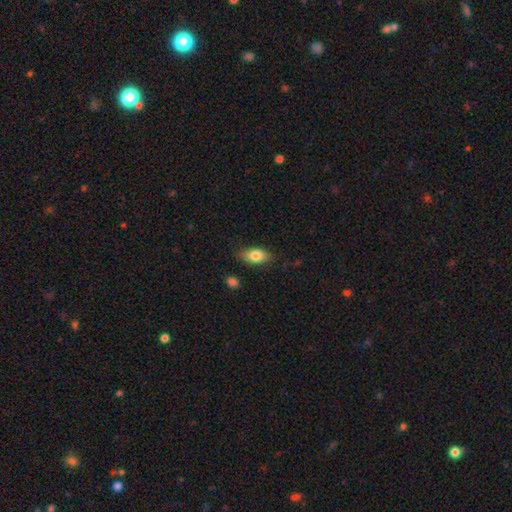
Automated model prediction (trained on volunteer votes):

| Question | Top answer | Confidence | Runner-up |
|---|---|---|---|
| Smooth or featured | smooth | 81% | featured or disk (12%) |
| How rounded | in between | 86% | cigar-shaped (8%) |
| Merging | none | 80% | minor disturbance (15%) |